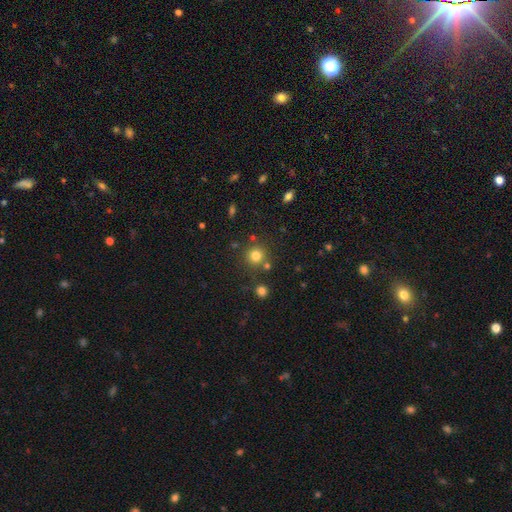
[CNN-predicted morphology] Smooth or featured: smooth — 78% (star or artifact — 15%)
How rounded: round — 93% (in between — 6%)
Merging: none — 79% (merger — 9%)